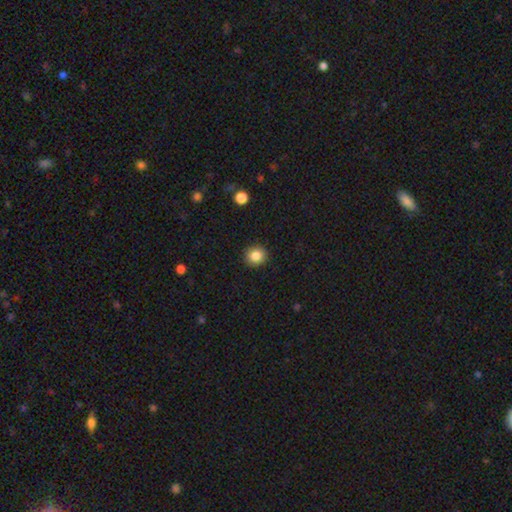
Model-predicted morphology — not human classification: Smooth or featured: smooth — 85% (star or artifact — 10%)
How rounded: round — 87% (in between — 13%)
Merging: none — 92% (minor disturbance — 6%)